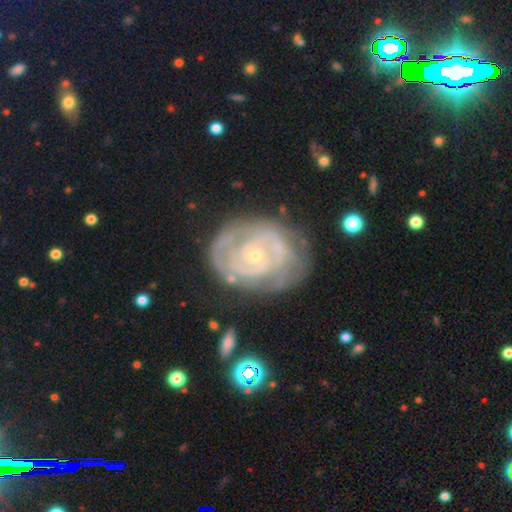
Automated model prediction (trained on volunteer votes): Smooth or featured: featured or disk — 85% (smooth — 10%)
Edge-on disk: no — 97% (yes — 3%)
Bar: no — 74% (weak — 21%)
Spiral arms: yes — 89% (no — 11%)
Spiral winding: tight — 73% (medium — 21%)
Spiral arm count: 2 — 39% (can't tell — 33%)
Bulge size: small — 78% (moderate — 19%)
Merging: none — 67% (minor disturbance — 22%)